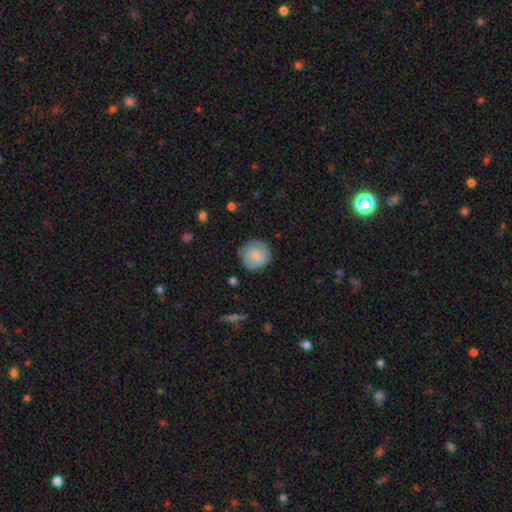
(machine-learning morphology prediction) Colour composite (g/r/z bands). It shows a smooth galaxy with no disk features (73%) that is round (92%). Merging: none (75%).